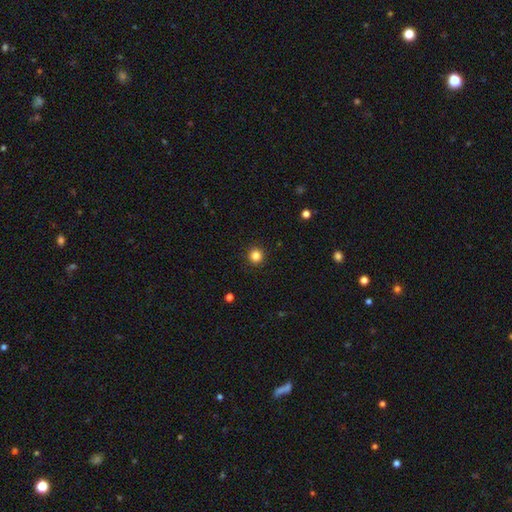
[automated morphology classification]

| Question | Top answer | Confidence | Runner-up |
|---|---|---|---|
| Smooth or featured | smooth | 84% | star or artifact (12%) |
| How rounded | round | 94% | in between (5%) |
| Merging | none | 92% | minor disturbance (5%) |